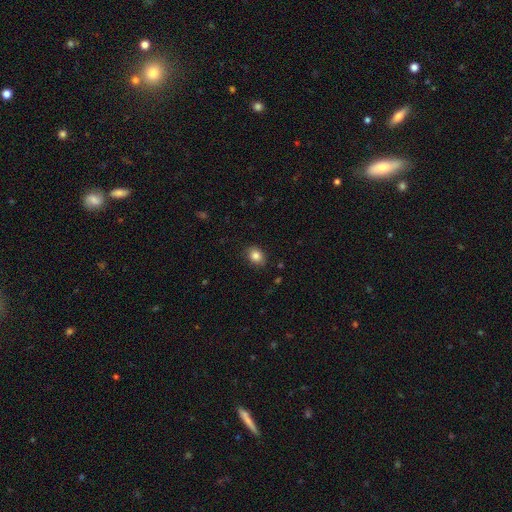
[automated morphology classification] A smooth galaxy with no disk features (84%) that is in between round and cigar-shaped (52%).

Vote fractions:
- Smooth or featured? smooth: 84% / star or artifact: 10% / featured or disk: 6%
- How rounded? in between: 52% / round: 47% / cigar-shaped: 1%
- Merging? none: 84% / minor disturbance: 12% / major disturbance: 3% / merger: 1%